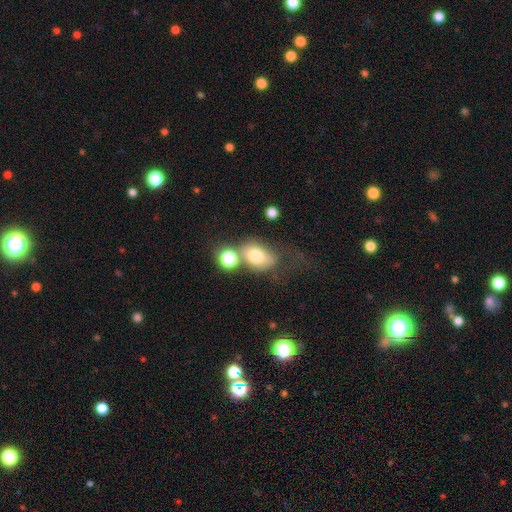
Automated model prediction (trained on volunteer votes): Q: Smooth or featured?
A: smooth (74%); runner-up: featured or disk (15%)
Q: How rounded?
A: in between (73%); runner-up: round (26%)
Q: Merging?
A: none (39%); runner-up: merger (27%)